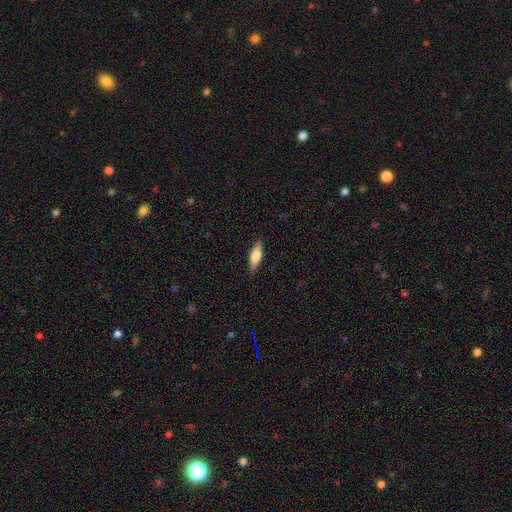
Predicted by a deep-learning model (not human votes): A smooth galaxy with no disk features (67%) that is cigar-shaped (51%). Merging: none (86%).